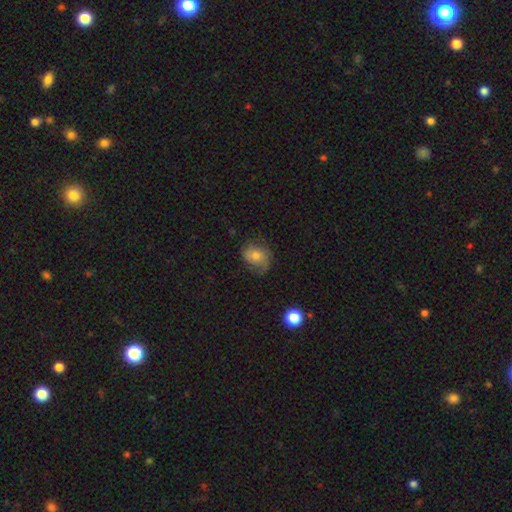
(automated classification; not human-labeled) Smooth or featured?
  - smooth: 54% *
  - featured or disk: 36%
  - star or artifact: 10%
How rounded?
  - in between: 50% *
  - round: 49%
  - cigar-shaped: 1%
Merging?
  - none: 52% *
  - minor disturbance: 29%
  - major disturbance: 17%
  - merger: 1%